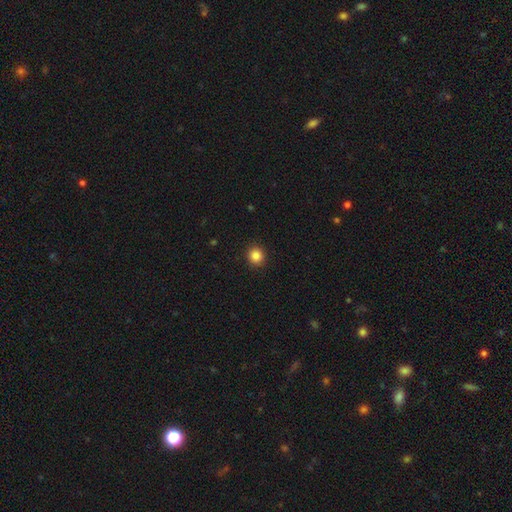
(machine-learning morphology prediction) Q: Smooth or featured?
A: smooth (86%); runner-up: star or artifact (11%)
Q: How rounded?
A: round (89%); runner-up: in between (10%)
Q: Merging?
A: none (92%); runner-up: minor disturbance (5%)